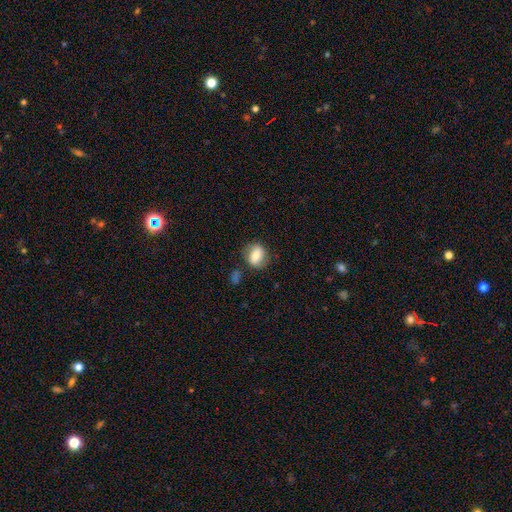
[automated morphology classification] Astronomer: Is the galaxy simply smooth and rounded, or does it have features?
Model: smooth — 71%.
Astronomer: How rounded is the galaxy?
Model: in between — 56% (runner-up: round, 42%).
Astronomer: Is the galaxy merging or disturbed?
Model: none — 71%.